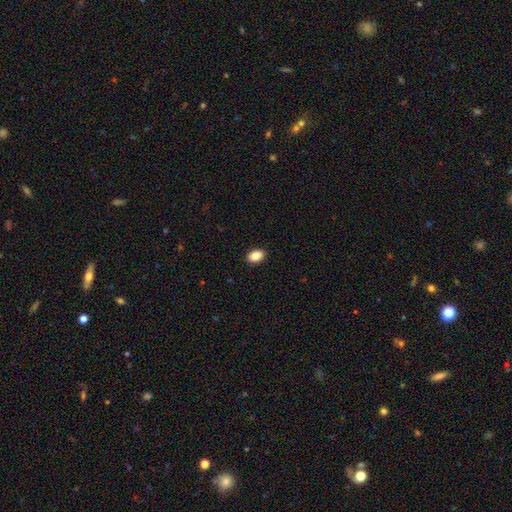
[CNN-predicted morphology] smooth_or_featured: smooth (p=0.87) [alt: star or artifact p=0.08]
how_rounded: in between (p=0.86) [alt: round p=0.13]
merging: none (p=0.91) [alt: minor disturbance p=0.07]